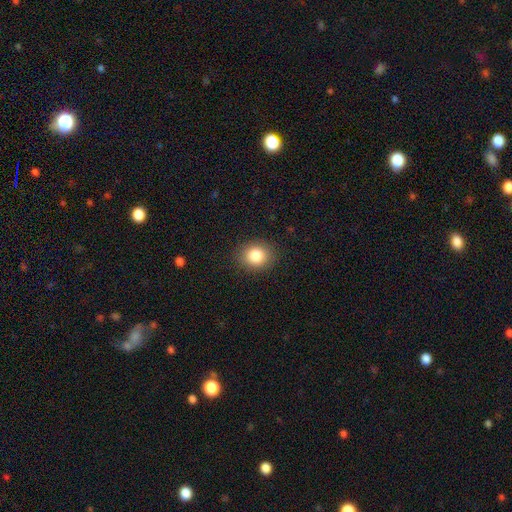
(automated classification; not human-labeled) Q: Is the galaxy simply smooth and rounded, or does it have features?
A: smooth — 84%.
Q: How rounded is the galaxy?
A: round — 71%.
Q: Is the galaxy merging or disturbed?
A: none — 89%.